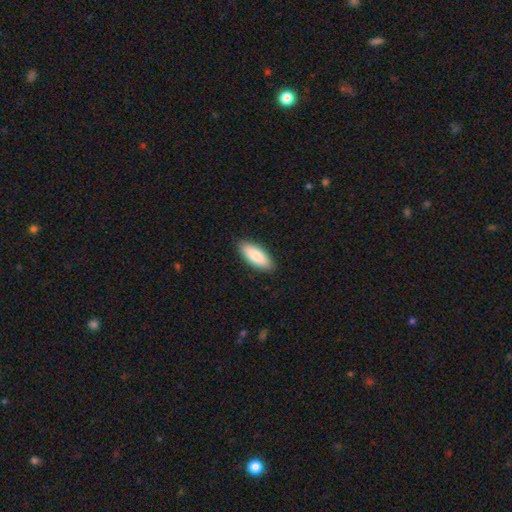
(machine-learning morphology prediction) smooth-or-featured: smooth: 85% | featured or disk: 9% | star or artifact: 5%
  how-rounded: in between: 73% | cigar-shaped: 25% | round: 2%
  merging: none: 89% | minor disturbance: 8% | major disturbance: 2% | merger: 1%